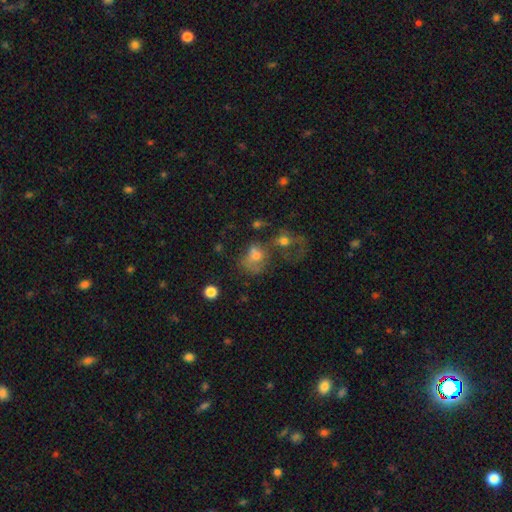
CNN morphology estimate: Smooth or featured: smooth — 57% (featured or disk — 27%)
How rounded: round — 51% (in between — 48%)
Merging: merger — 44% (none — 22%)